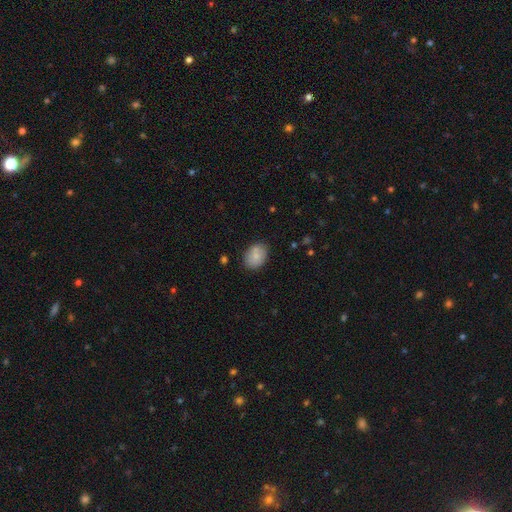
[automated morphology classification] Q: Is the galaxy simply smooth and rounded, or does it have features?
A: smooth — 78%.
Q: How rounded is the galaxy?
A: in between — 70%.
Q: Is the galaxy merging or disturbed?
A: none — 74%.